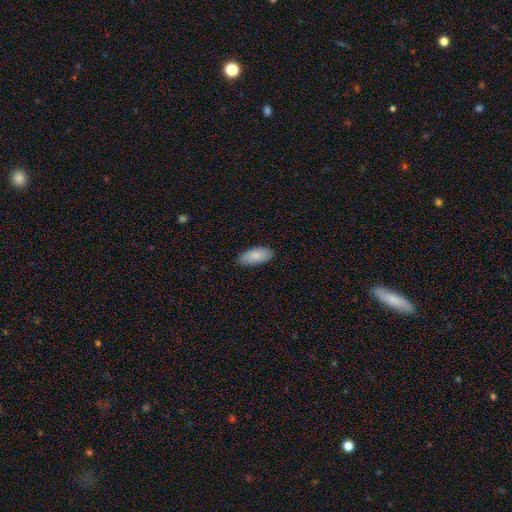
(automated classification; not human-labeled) smooth-or-featured: smooth: 84% | featured or disk: 11% | star or artifact: 6%
  how-rounded: in between: 91% | cigar-shaped: 7% | round: 2%
  merging: none: 84% | minor disturbance: 13% | major disturbance: 2% | merger: 1%